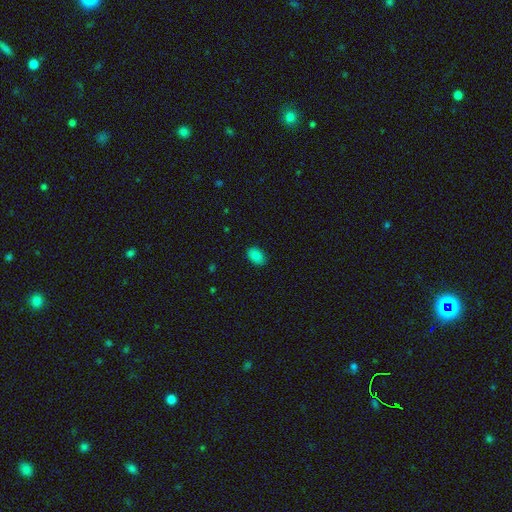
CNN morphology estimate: smooth 86%, star or artifact 10%, featured or disk 4%. Down the decision tree: how rounded — in between (85%); merging — none (86%).